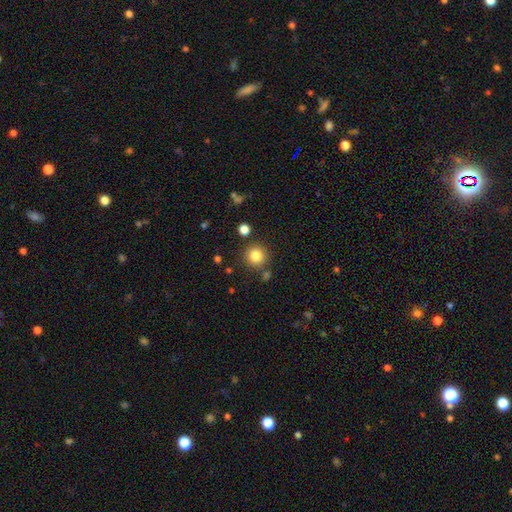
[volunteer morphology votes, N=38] smooth_or_featured: smooth (p=0.87) [alt: featured or disk p=0.08]
how_rounded: round (p=1.00)
merging: none (p=0.67) [alt: minor disturbance p=0.19]